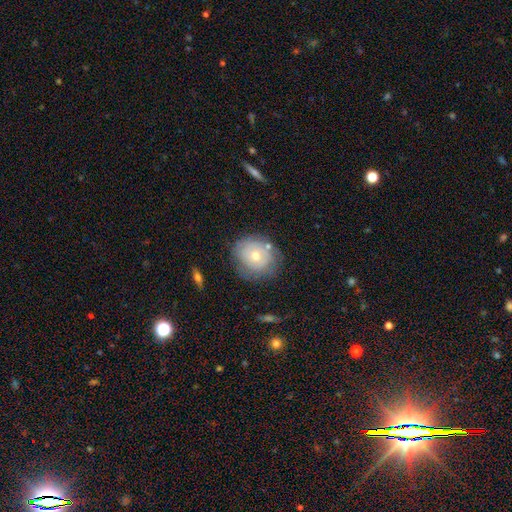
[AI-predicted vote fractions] A featured or disk galaxy (46%). Merging: none (72%).